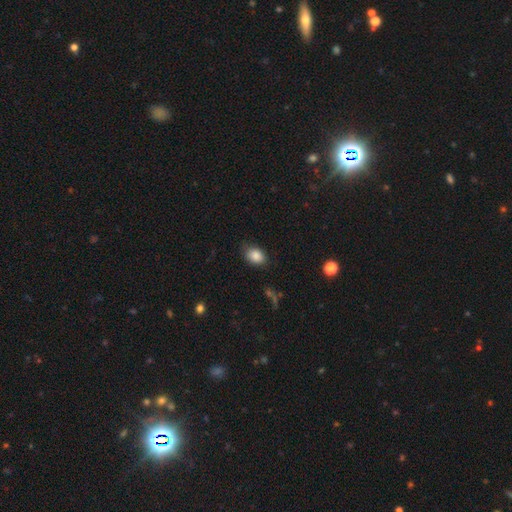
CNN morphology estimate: type=smooth (86%); roundness=in between (77%); merging=none (76%).